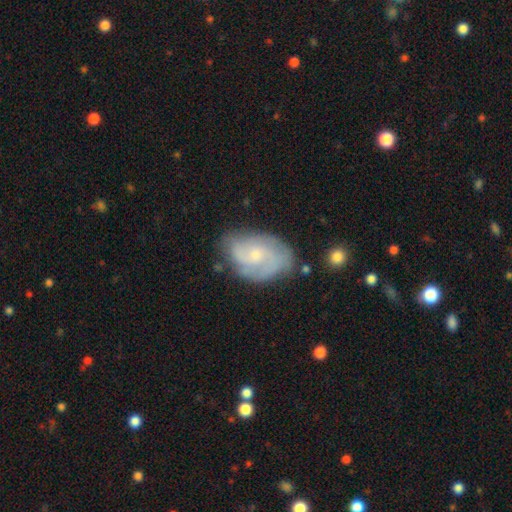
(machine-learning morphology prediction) Smooth or featured: featured or disk — 73% (smooth — 20%)
Edge-on disk: no — 97% (yes — 3%)
Bar: no — 66% (weak — 31%)
Spiral arms: yes — 92% (no — 8%)
Spiral winding: tight — 42% (tied with medium — 42%)
Spiral arm count: 2 — 40% (can't tell — 27%)
Bulge size: small — 66% (moderate — 29%)
Merging: none — 65% (minor disturbance — 24%)